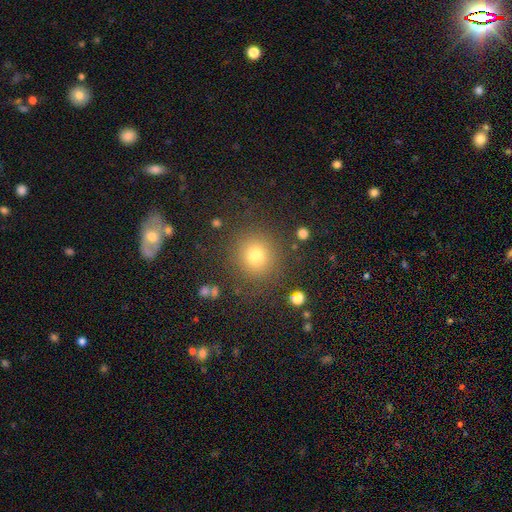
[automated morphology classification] Smooth or featured?
  - smooth: 77% *
  - star or artifact: 15%
  - featured or disk: 8%
How rounded?
  - round: 91% *
  - in between: 8%
  - cigar-shaped: 1%
Merging?
  - none: 86% *
  - minor disturbance: 8%
  - major disturbance: 4%
  - merger: 2%